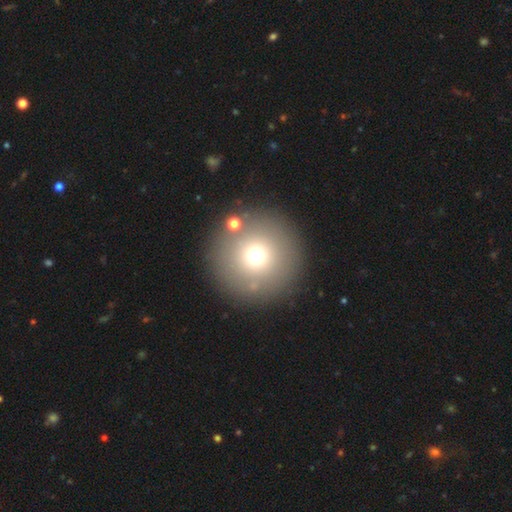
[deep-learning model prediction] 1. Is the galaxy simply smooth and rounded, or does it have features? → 71% smooth, 15% star or artifact, 14% featured or disk.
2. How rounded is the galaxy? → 96% round, 3% in between, 1% cigar-shaped.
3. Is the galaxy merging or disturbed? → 84% none, 7% minor disturbance, 4% merger, 4% major disturbance.